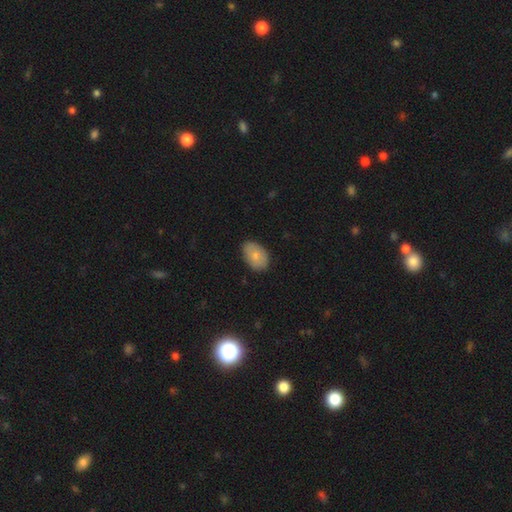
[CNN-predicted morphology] smooth_or_featured: smooth (p=0.76) [alt: featured or disk p=0.17]
how_rounded: in between (p=0.87) [alt: round p=0.12]
merging: none (p=0.81) [alt: minor disturbance p=0.15]